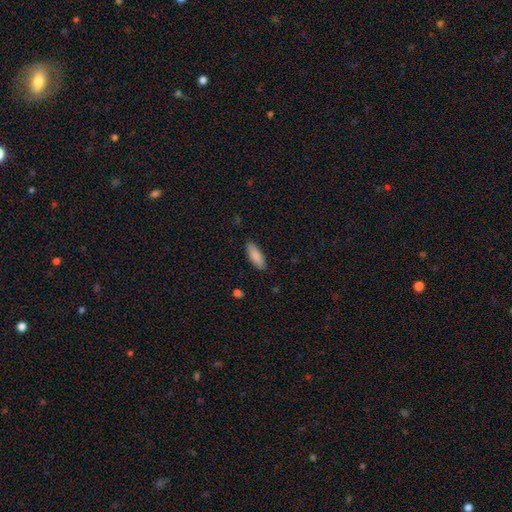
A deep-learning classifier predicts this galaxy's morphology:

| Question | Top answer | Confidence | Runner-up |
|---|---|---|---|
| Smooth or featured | smooth | 88% | star or artifact (6%) |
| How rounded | in between | 66% | cigar-shaped (32%) |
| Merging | none | 87% | minor disturbance (10%) |